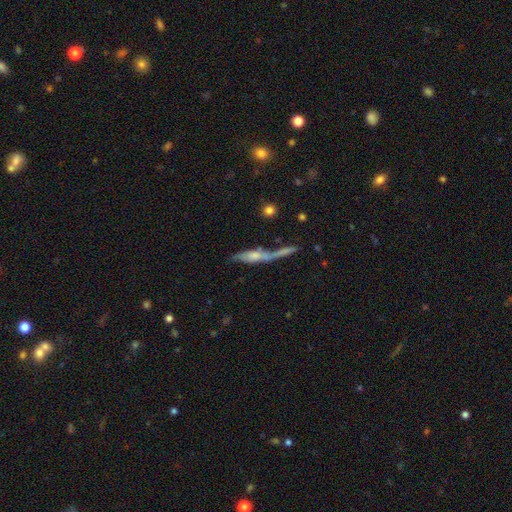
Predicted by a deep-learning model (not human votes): Smooth or featured?
  - featured or disk: 47% *
  - smooth: 44%
  - star or artifact: 9%
Merging?
  - none: 42% *
  - merger: 31%
  - minor disturbance: 17%
  - major disturbance: 11%